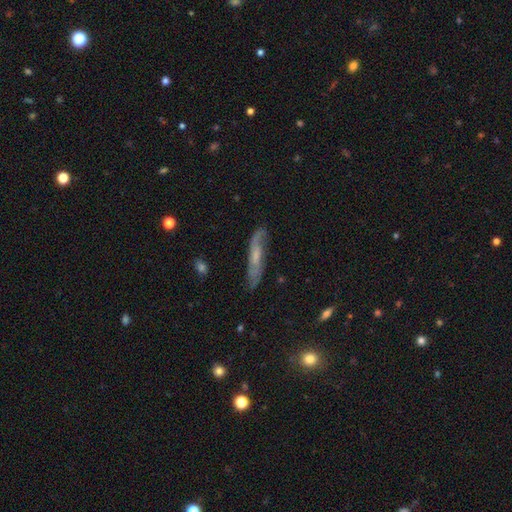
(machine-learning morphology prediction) A featured or disk galaxy (65%). Merging: none (70%).